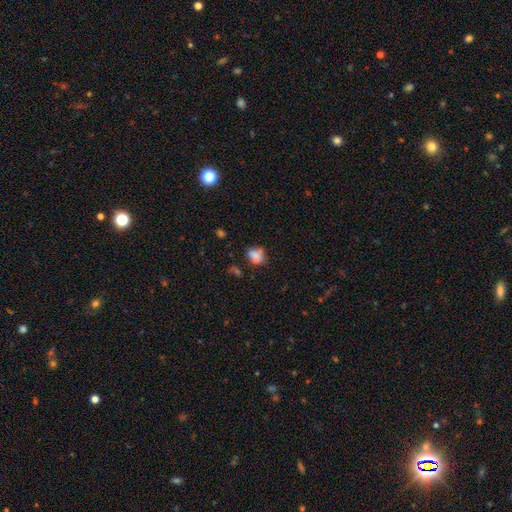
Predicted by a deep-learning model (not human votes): smooth 78%, star or artifact 12%, featured or disk 11%. Down the decision tree: how rounded — in between (50%); merging — none (50%).